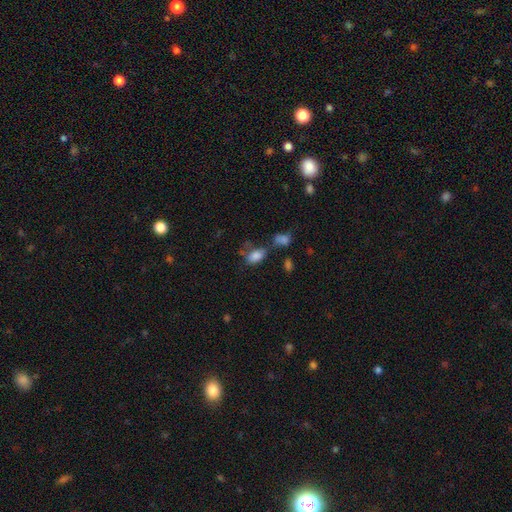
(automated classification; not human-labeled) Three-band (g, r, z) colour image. It shows a smooth galaxy with no disk features (82%) that is in between round and cigar-shaped (91%). Merging: none (47%).